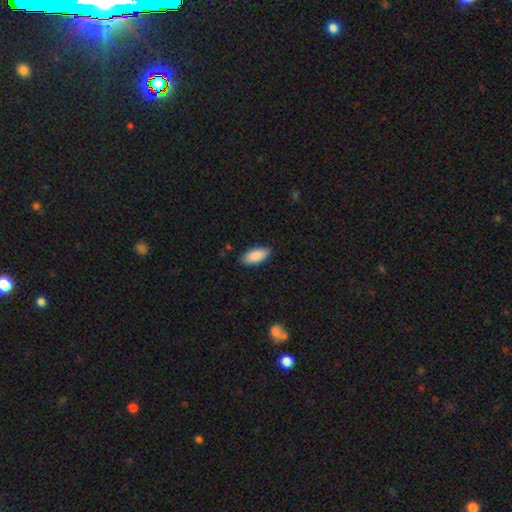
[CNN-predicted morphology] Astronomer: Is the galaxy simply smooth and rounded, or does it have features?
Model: smooth — 90%.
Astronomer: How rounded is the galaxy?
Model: in between — 88%.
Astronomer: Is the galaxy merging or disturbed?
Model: none — 87%.